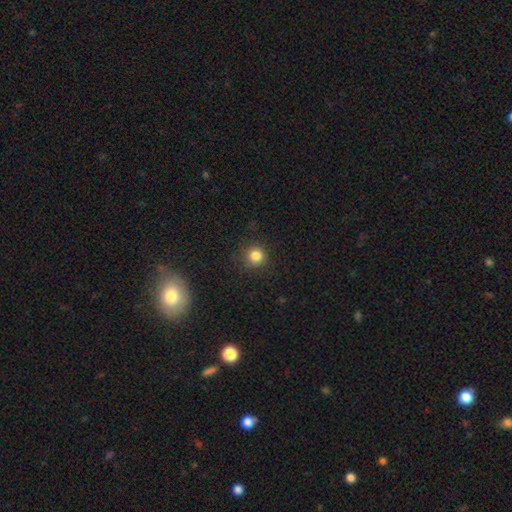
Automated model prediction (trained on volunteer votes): Smooth or featured?
  - smooth: 83% *
  - star or artifact: 12%
  - featured or disk: 4%
How rounded?
  - round: 93% *
  - in between: 6%
  - cigar-shaped: 1%
Merging?
  - none: 88% *
  - minor disturbance: 8%
  - major disturbance: 3%
  - merger: 1%